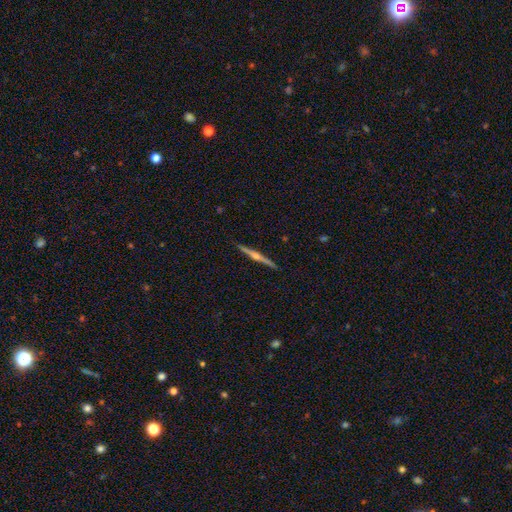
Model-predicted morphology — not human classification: type=featured or disk (83%); edge-on=yes (99%); edge-on bulge=rounded (89%); merging=none (92%).